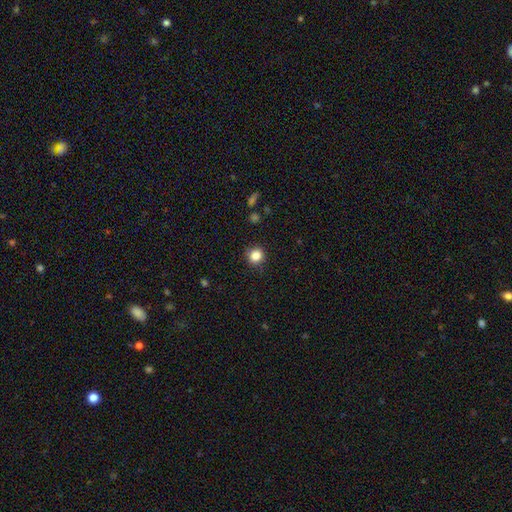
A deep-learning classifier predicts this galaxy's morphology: A smooth galaxy with no disk features (85%) that is round (88%). Merging: none (87%).